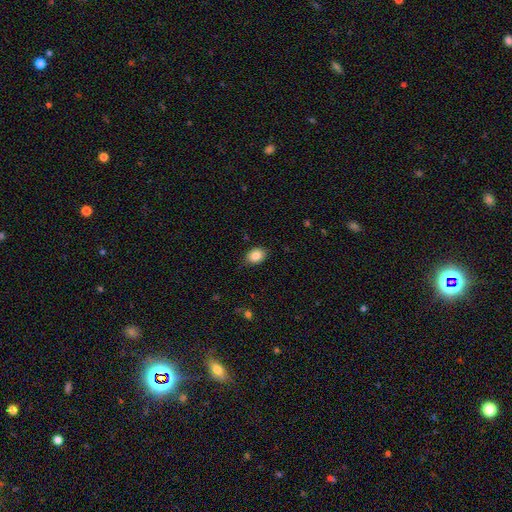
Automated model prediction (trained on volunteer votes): Overall: smooth (87%). How rounded: in between (69%; round 30%). Merging: none (81%).